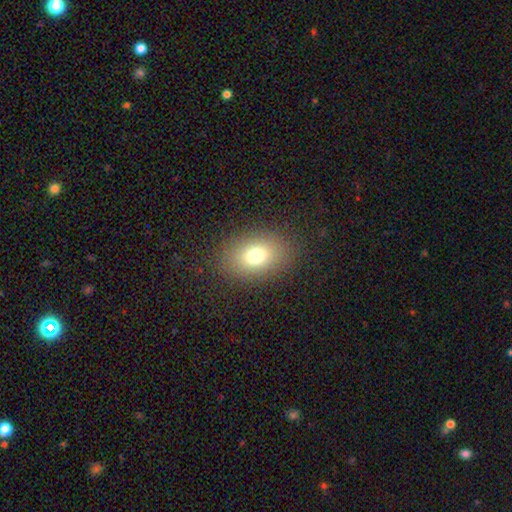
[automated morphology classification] Smooth or featured? Predicted: smooth (p=0.74). How rounded? Predicted: in between (p=0.73). Merging? Predicted: none (p=0.85).